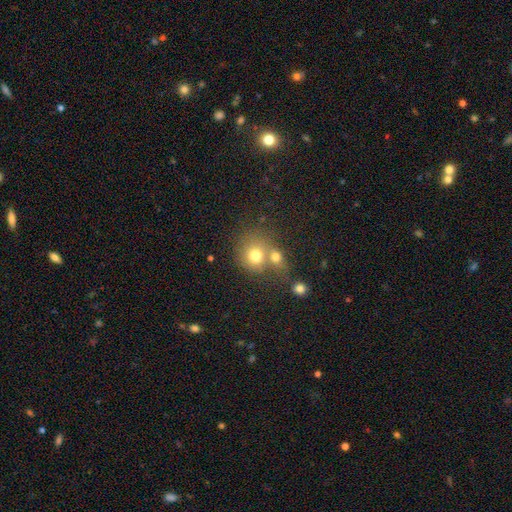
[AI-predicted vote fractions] Smooth or featured? Predicted: smooth (p=0.73). How rounded? Predicted: round (p=0.77). Merging? Predicted: merger (p=0.49).